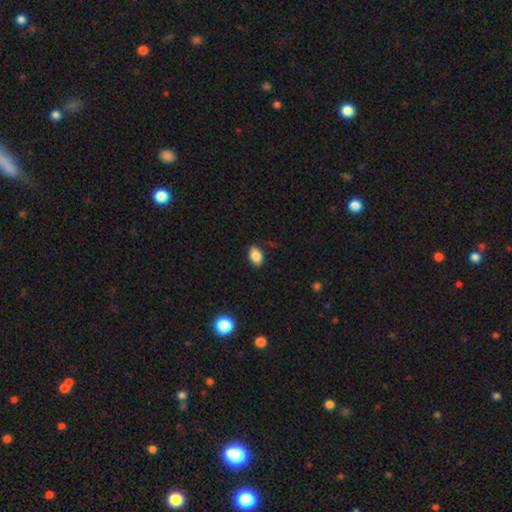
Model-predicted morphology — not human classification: Smooth or featured?
  - smooth: 83% *
  - star or artifact: 9%
  - featured or disk: 8%
How rounded?
  - in between: 86% *
  - round: 12%
  - cigar-shaped: 2%
Merging?
  - none: 83% *
  - minor disturbance: 13%
  - major disturbance: 3%
  - merger: 1%